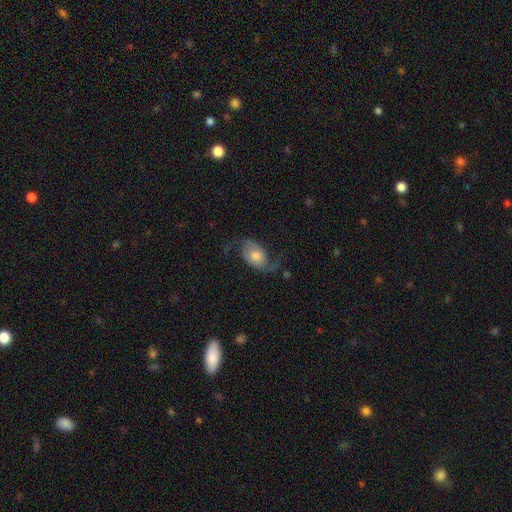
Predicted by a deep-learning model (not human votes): Smooth or featured? featured or disk (68%)
Edge-on disk? no (96%)
Bar? no (70%)
Spiral arms? yes (90%)
Spiral winding? loose (64%)
Spiral arm count? 2 (88%)
Bulge size? moderate (53%)
Merging? none (59%)